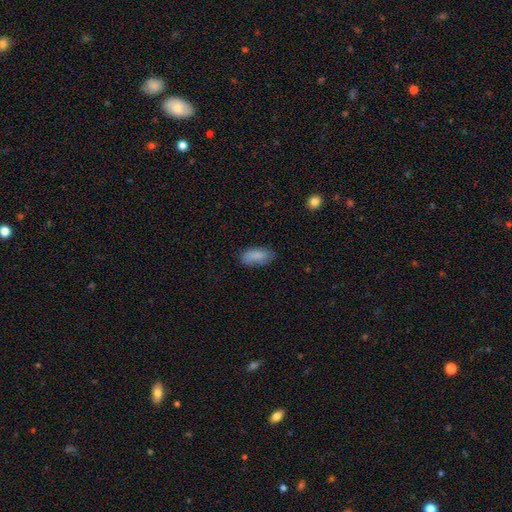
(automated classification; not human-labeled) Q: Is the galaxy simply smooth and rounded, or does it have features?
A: smooth — 85%.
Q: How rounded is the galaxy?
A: in between — 84%.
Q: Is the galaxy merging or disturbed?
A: none — 74%.